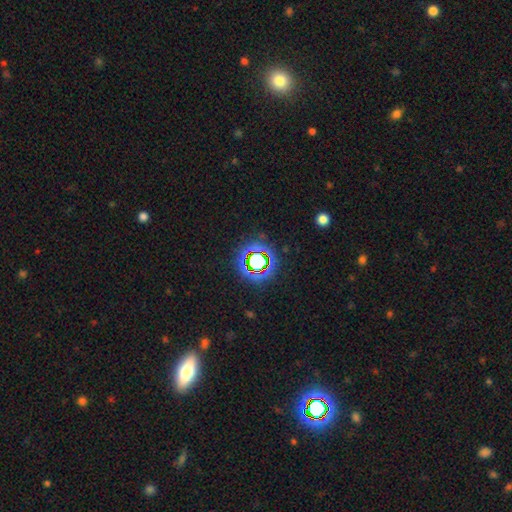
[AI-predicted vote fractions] Overall: star or artifact (70%).